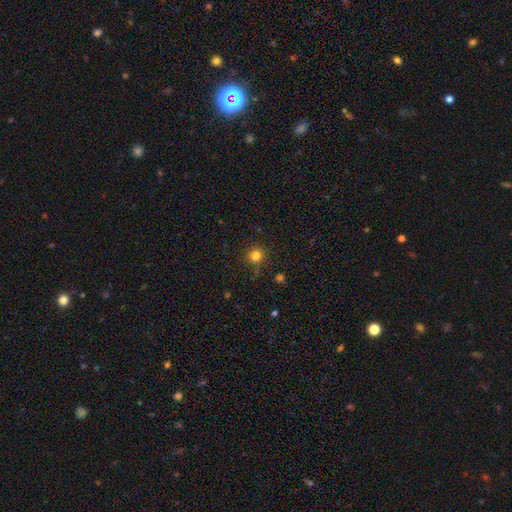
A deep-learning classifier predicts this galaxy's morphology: smooth-or-featured: smooth: 80% | star or artifact: 15% | featured or disk: 5%
  how-rounded: round: 93% | in between: 6% | cigar-shaped: 1%
  merging: none: 85% | minor disturbance: 10% | major disturbance: 3% | merger: 2%